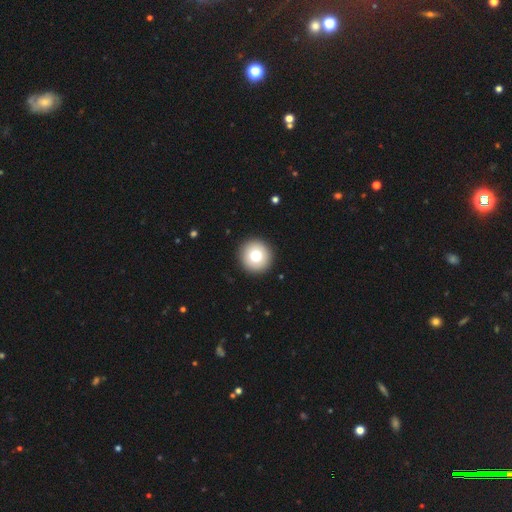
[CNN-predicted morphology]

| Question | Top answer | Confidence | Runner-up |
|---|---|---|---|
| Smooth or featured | smooth | 77% | featured or disk (13%) |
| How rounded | round | 96% | in between (3%) |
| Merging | none | 93% | minor disturbance (4%) |